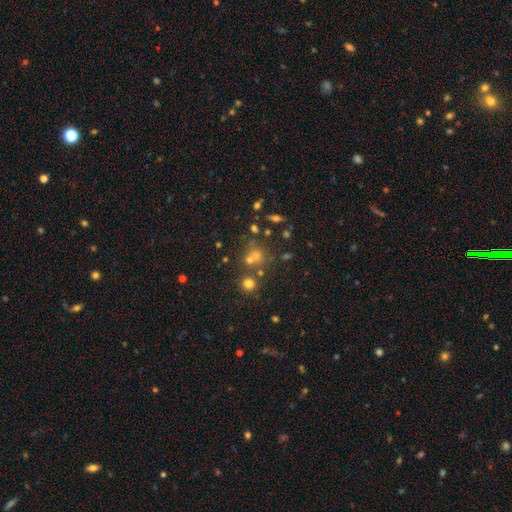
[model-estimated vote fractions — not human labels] This appears to be a smooth galaxy with no disk features (49%). Merging: none (59%).